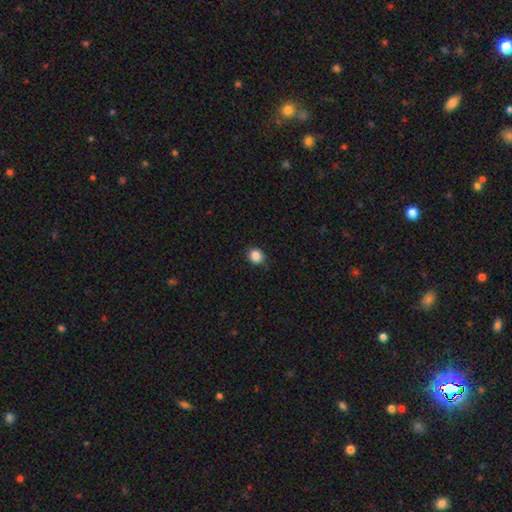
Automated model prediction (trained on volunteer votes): Q: Smooth or featured?
A: smooth (86%); runner-up: star or artifact (10%)
Q: How rounded?
A: round (67%); runner-up: in between (32%)
Q: Merging?
A: none (82%); runner-up: minor disturbance (14%)